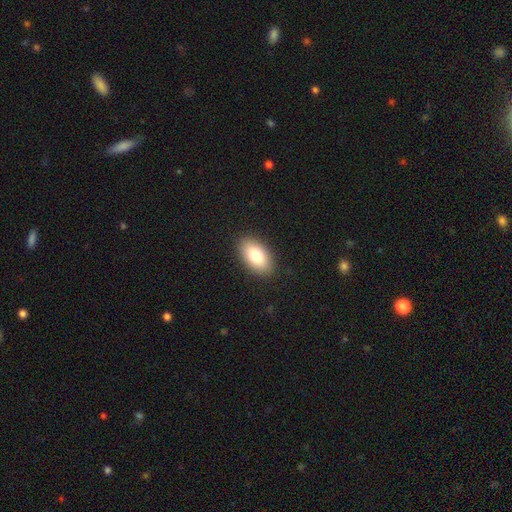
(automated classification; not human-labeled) Overall: smooth (81%). How rounded: in between (94%). Merging: none (89%).